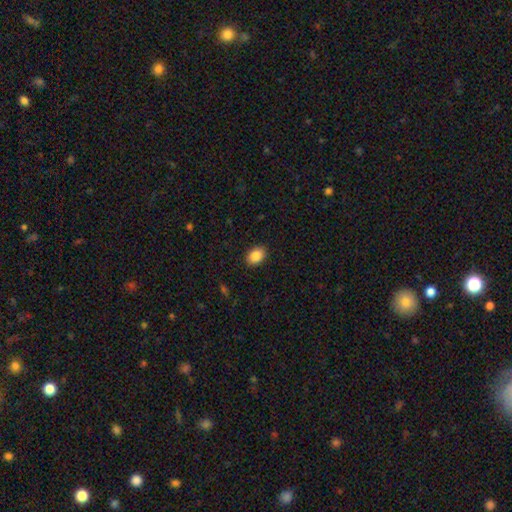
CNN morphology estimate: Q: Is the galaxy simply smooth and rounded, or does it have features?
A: smooth — 87%.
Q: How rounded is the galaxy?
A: in between — 77%.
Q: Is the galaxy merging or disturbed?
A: none — 89%.